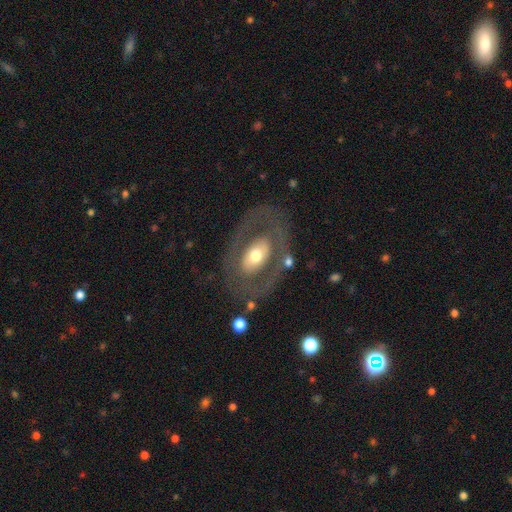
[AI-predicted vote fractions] Smooth or featured? featured or disk (61%)
Edge-on disk? no (91%)
Bar? no (71%)
Spiral arms? no (76%)
Bulge size? moderate (64%)
Merging? none (71%)